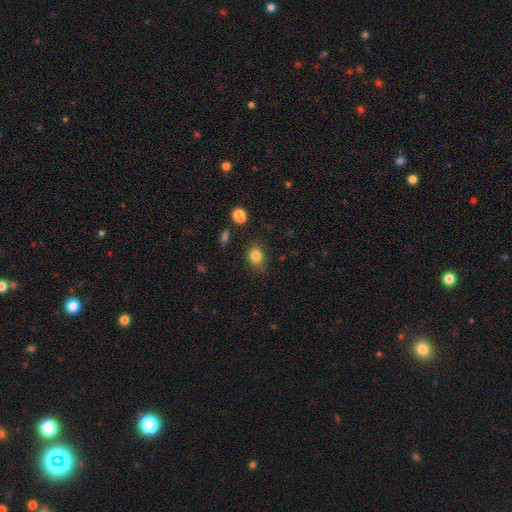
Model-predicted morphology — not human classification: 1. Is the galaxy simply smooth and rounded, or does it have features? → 83% smooth, 11% star or artifact, 6% featured or disk.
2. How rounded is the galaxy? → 50% round, 49% in between, 1% cigar-shaped.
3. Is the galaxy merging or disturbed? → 75% none, 18% minor disturbance, 5% major disturbance, 2% merger.